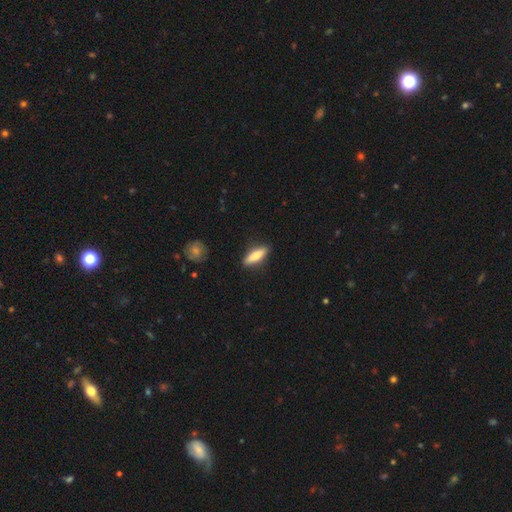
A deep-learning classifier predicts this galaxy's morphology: Smooth or featured? smooth (70%)
How rounded? cigar-shaped (60%)
Merging? none (87%)